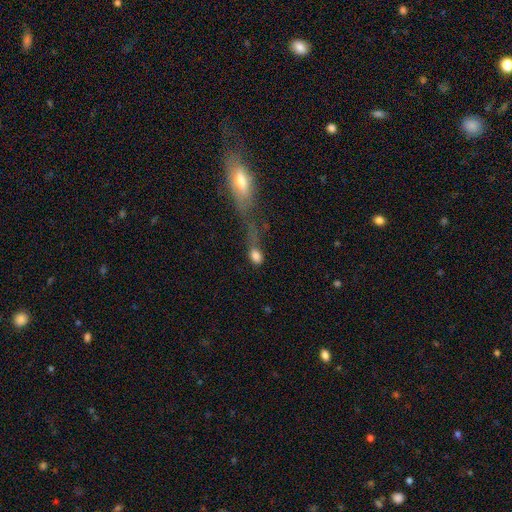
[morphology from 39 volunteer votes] Overall: smooth (85%). How rounded: in between (73%). Merging: merger (47%; major disturbance 29%).